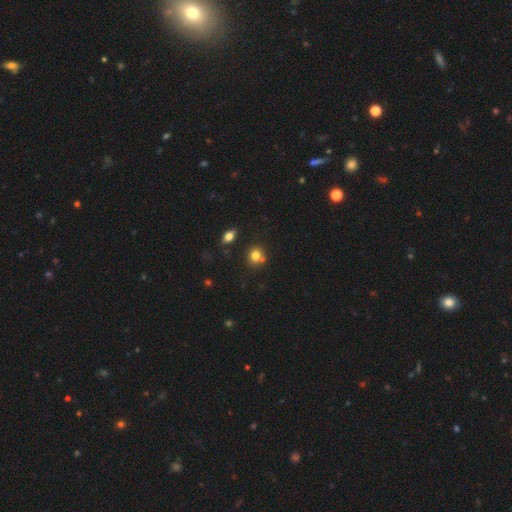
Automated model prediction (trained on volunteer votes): This is likely a smooth galaxy (77%). How rounded: likely round (80%). Merging: likely none (65%).